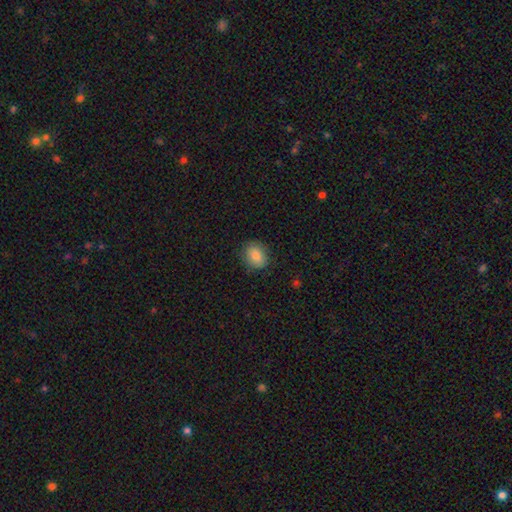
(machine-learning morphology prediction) smooth_or_featured: smooth (p=0.84) [alt: star or artifact p=0.08]
how_rounded: in between (p=0.53) [alt: round p=0.46]
merging: none (p=0.83) [alt: minor disturbance p=0.13]